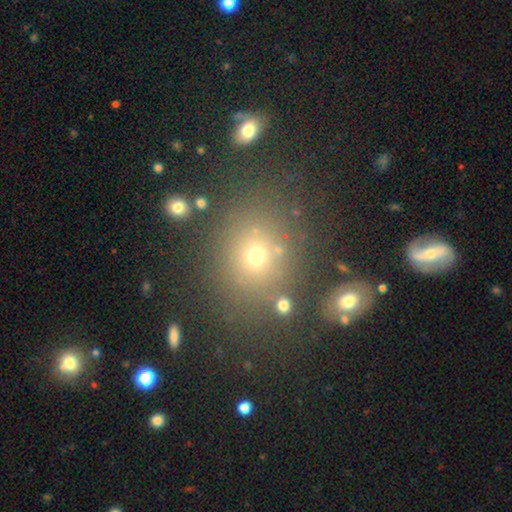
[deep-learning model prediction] A smooth galaxy with no disk features (60%) that is round (69%). Merging: none (78%).